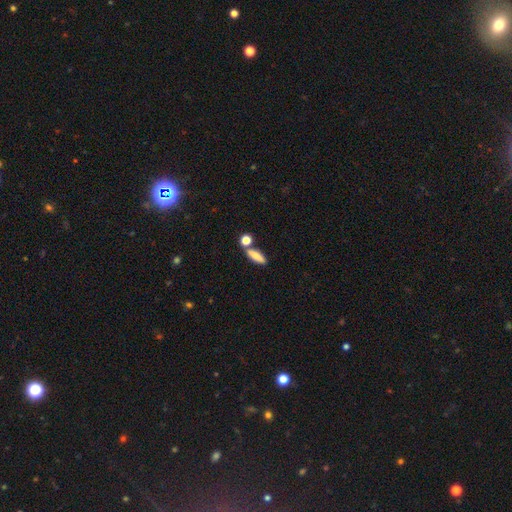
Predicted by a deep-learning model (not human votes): Smooth or featured?
  - smooth: 77% *
  - featured or disk: 15%
  - star or artifact: 8%
How rounded?
  - in between: 47% *
  - cigar-shaped: 44%
  - round: 8%
Merging?
  - none: 64% *
  - merger: 20%
  - minor disturbance: 12%
  - major disturbance: 4%